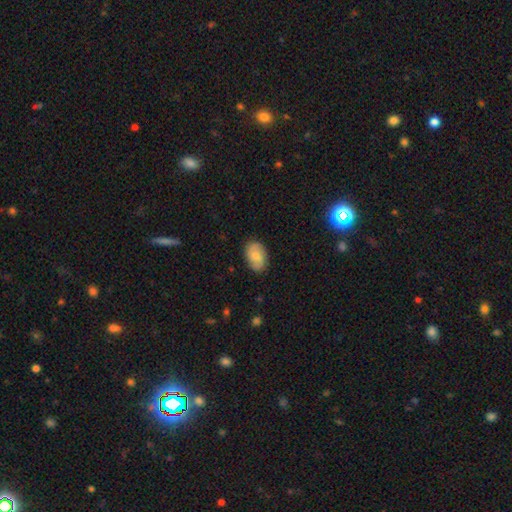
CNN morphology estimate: The model was most divided on "smooth or featured": smooth: 69%, featured or disk: 24%, star or artifact: 7%. More confident: how rounded — in between (88%); merging — none (83%).